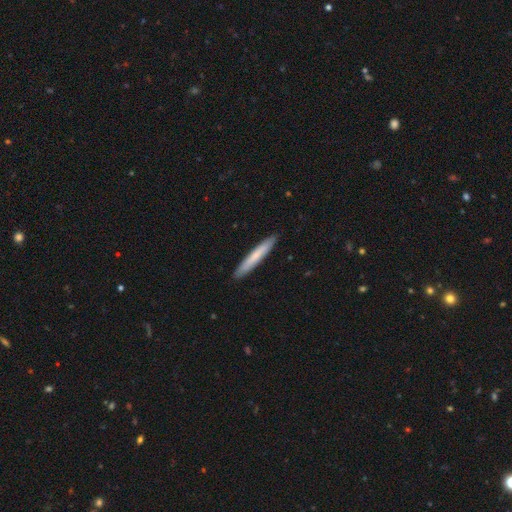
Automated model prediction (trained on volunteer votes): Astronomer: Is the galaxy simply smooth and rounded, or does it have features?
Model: smooth — 71%.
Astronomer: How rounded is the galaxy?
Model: cigar-shaped — 95%.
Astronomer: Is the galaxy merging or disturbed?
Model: none — 91%.